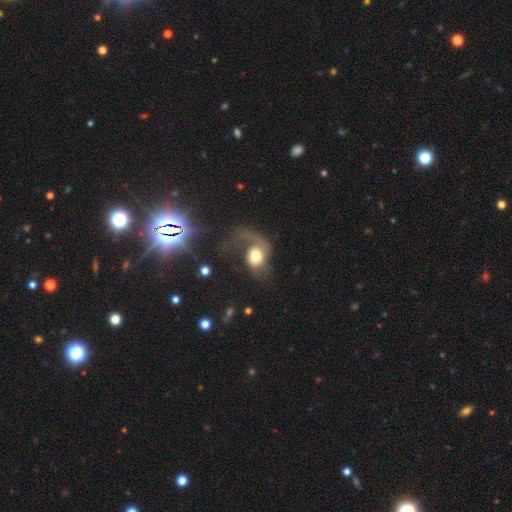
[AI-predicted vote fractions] Morphology: type=featured or disk (46%); merging=major disturbance (56%).